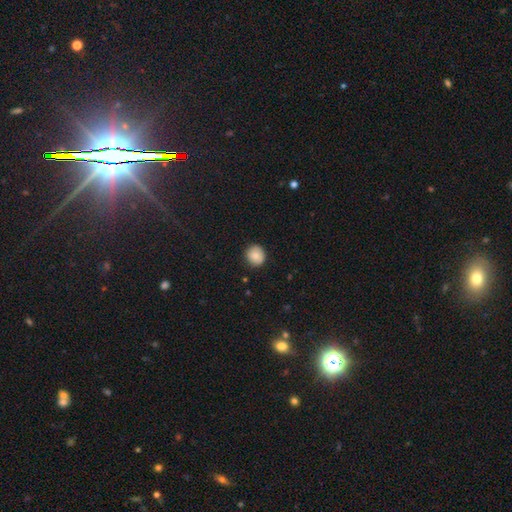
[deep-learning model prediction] This appears to be a smooth galaxy with no disk features (85%) that is round (87%). Merging: none (87%).